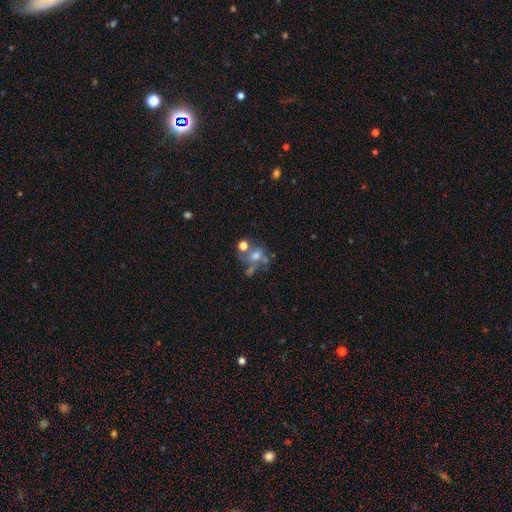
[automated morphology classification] featured or disk 41%, smooth 40%, star or artifact 20%. Down the decision tree: merging — none (35%).